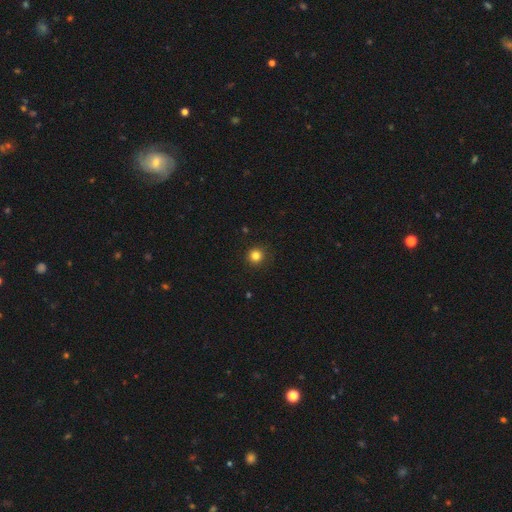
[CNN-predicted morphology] Overall: smooth (83%). How rounded: round (95%). Merging: none (91%).